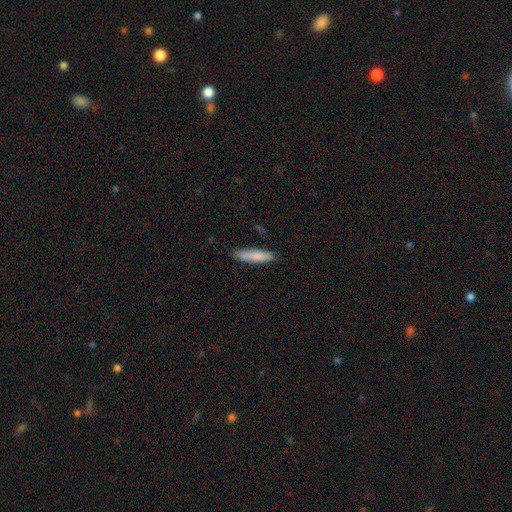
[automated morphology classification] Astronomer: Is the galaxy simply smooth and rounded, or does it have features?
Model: smooth — 83%.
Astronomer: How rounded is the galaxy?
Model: cigar-shaped — 82%.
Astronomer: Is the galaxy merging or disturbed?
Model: none — 86%.